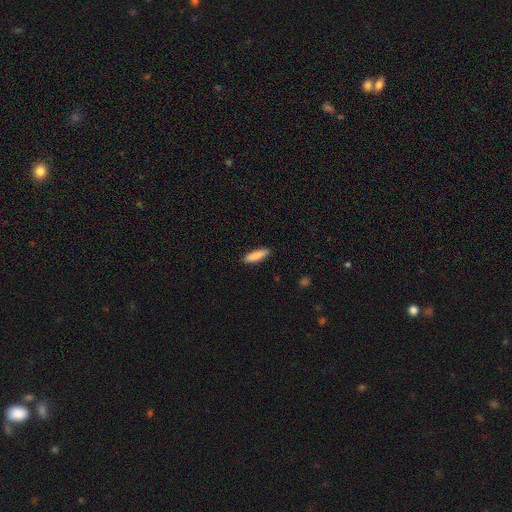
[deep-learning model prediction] Smooth or featured? Predicted: smooth (p=0.89). How rounded? Predicted: cigar-shaped (p=0.55). Merging? Predicted: none (p=0.89).